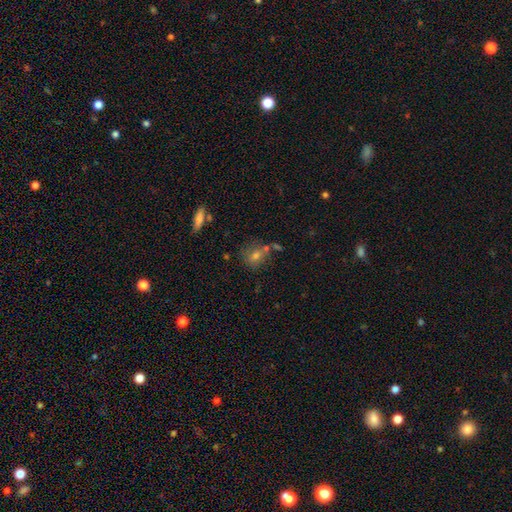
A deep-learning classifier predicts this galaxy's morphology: This is likely a smooth galaxy (63%). How rounded: likely round (60%). Merging: possibly none (59%).